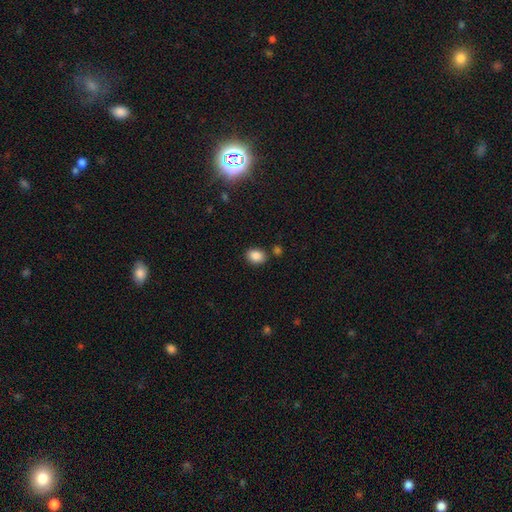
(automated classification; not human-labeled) A smooth galaxy with no disk features (87%) that is in between round and cigar-shaped (72%).

Vote fractions:
- Smooth or featured? smooth: 87% / star or artifact: 9% / featured or disk: 4%
- How rounded? in between: 72% / round: 27% / cigar-shaped: 1%
- Merging? none: 81% / minor disturbance: 11% / merger: 6% / major disturbance: 3%